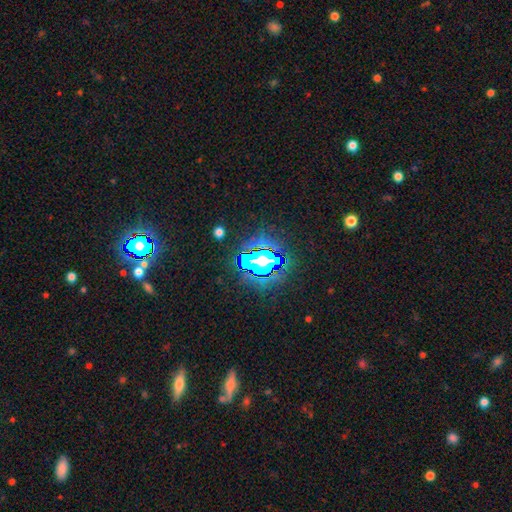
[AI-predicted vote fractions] A star or artifact, not a galaxy (79%).

Vote fractions:
- Smooth or featured? star or artifact: 79% / smooth: 12% / featured or disk: 9%